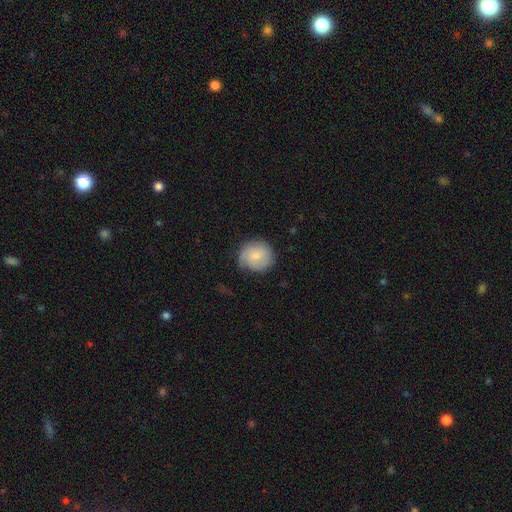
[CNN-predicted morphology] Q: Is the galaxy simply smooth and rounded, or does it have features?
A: smooth — 50%.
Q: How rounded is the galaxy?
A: round — 87%.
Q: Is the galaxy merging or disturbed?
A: none — 68%.